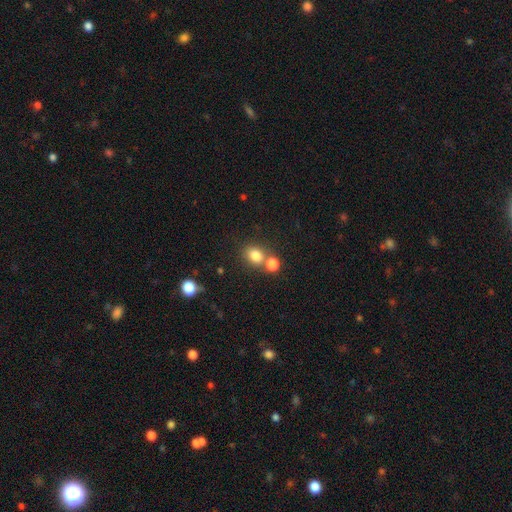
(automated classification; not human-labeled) Morphology: type=smooth (80%); roundness=round (56%); merging=none (55%).